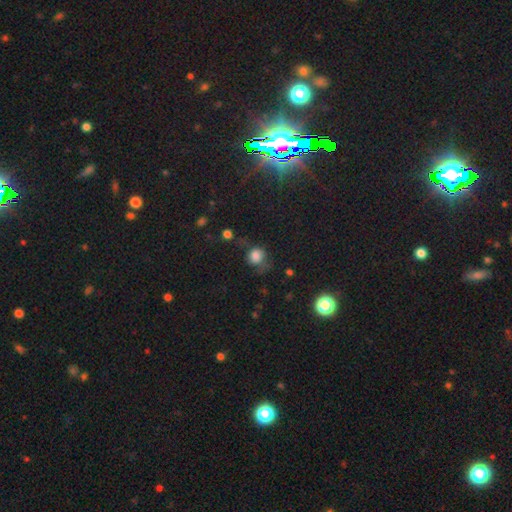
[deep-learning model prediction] A smooth galaxy with no disk features (76%) that is round (73%).

Vote fractions:
- Smooth or featured? smooth: 76% / star or artifact: 15% / featured or disk: 10%
- How rounded? round: 73% / in between: 26% / cigar-shaped: 1%
- Merging? none: 49% / minor disturbance: 27% / major disturbance: 20% / merger: 5%